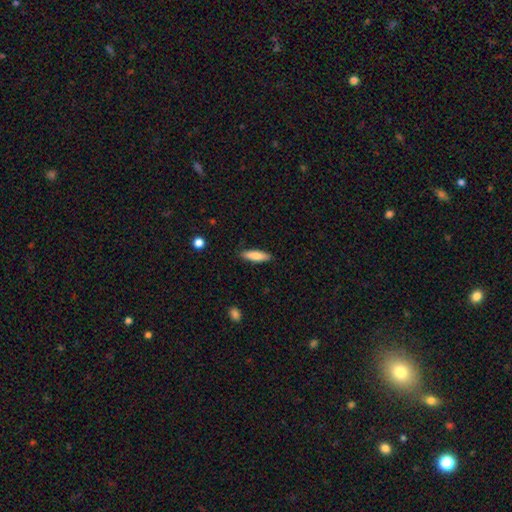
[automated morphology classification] Q: Smooth or featured?
A: smooth (83%); runner-up: featured or disk (11%)
Q: How rounded?
A: cigar-shaped (58%); runner-up: in between (41%)
Q: Merging?
A: none (87%); runner-up: minor disturbance (10%)